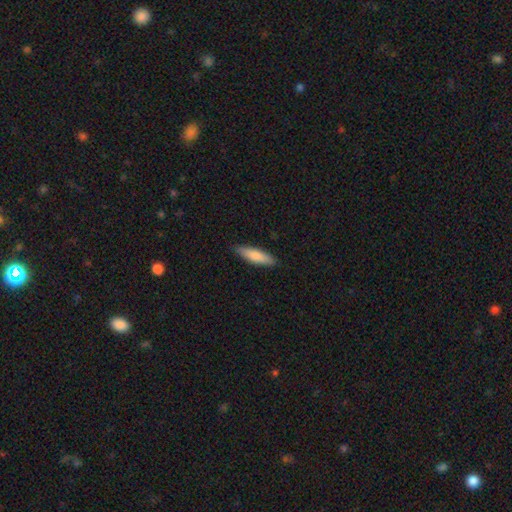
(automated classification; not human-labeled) A smooth galaxy with no disk features (80%) that is cigar-shaped (65%). Merging: none (88%).